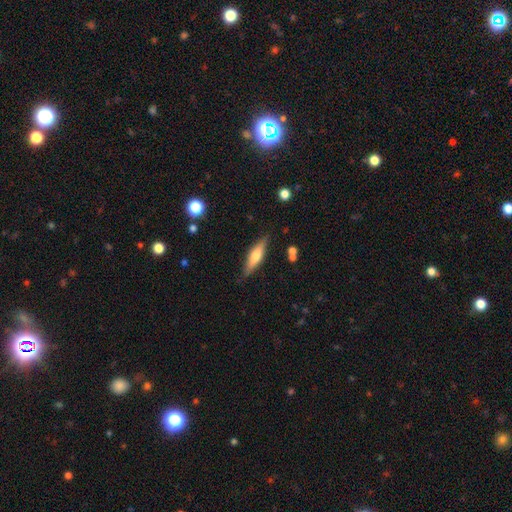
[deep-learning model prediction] Smooth or featured?
  - featured or disk: 49% *
  - smooth: 45%
  - star or artifact: 6%
Merging?
  - none: 84% *
  - minor disturbance: 12%
  - major disturbance: 2%
  - merger: 2%